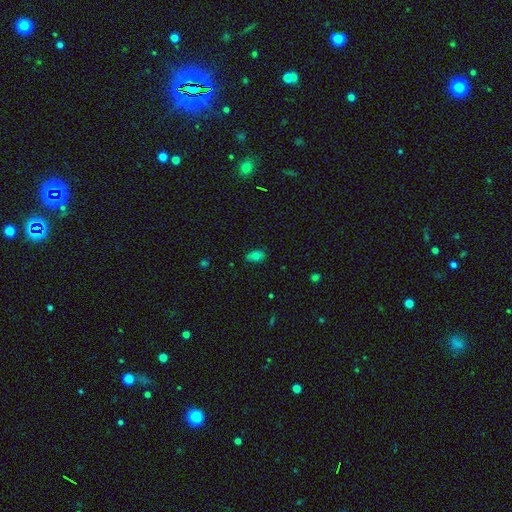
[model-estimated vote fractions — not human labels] Smooth or featured? smooth (76%)
How rounded? in between (82%)
Merging? none (78%)